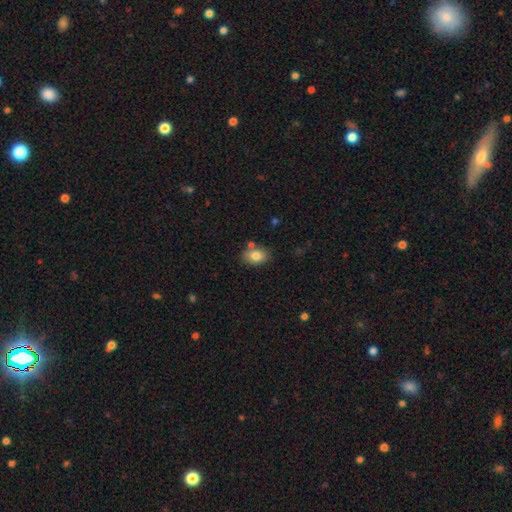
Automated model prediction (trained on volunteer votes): This is clearly a smooth galaxy (82%). How rounded: clearly in between (80%). Merging: likely none (76%).